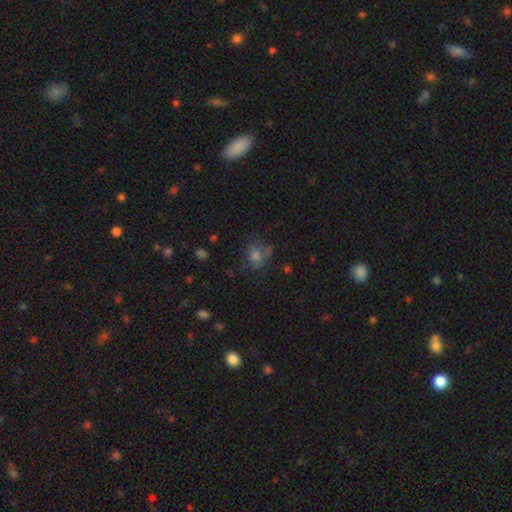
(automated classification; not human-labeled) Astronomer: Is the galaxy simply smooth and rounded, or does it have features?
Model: smooth — 67%.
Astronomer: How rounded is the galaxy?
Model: round — 63%.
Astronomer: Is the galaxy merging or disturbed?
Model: none — 57%.